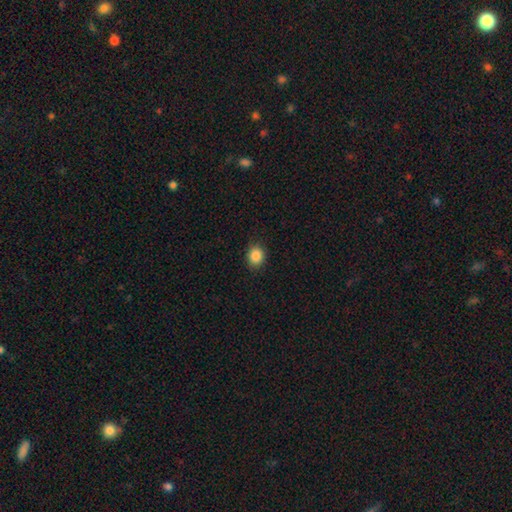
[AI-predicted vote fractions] Overall: smooth (87%). How rounded: round (69%; in between 30%). Merging: none (88%).